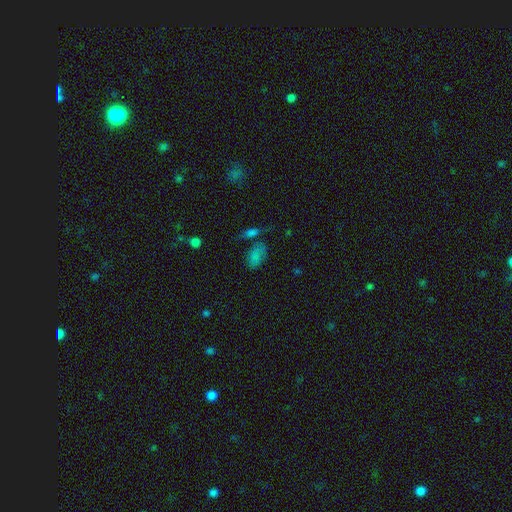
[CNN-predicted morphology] Smooth or featured: smooth — 73% (star or artifact — 17%)
How rounded: in between — 89% (round — 8%)
Merging: none — 51% (minor disturbance — 20%)